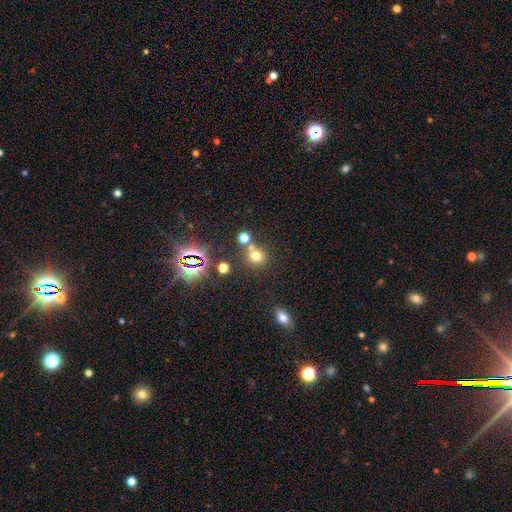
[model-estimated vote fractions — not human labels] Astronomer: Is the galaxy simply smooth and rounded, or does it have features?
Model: smooth — 68%.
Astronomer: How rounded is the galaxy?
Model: round — 83%.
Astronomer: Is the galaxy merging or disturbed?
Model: none — 61%.